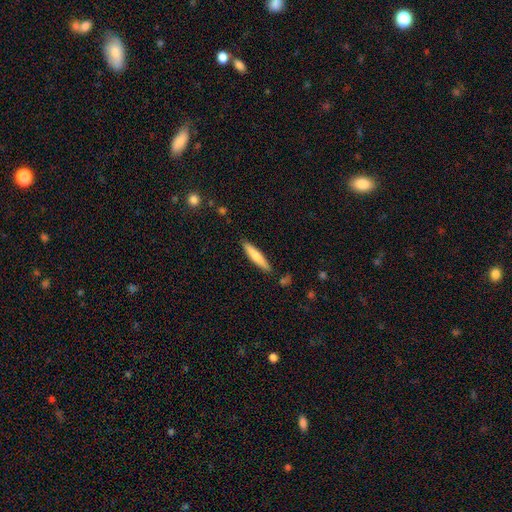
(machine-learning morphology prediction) type=smooth (70%); roundness=cigar-shaped (88%); merging=none (87%).